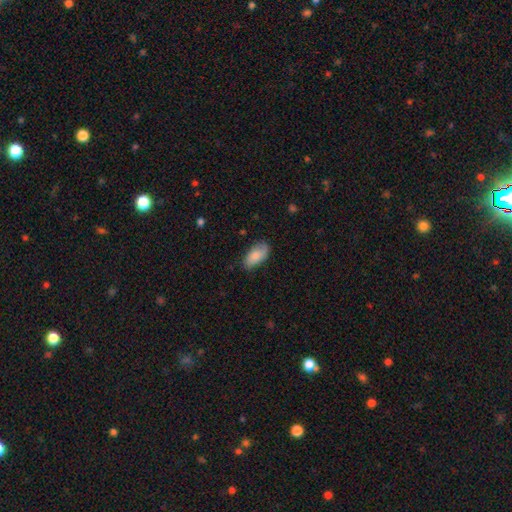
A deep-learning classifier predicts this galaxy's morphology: A smooth galaxy with no disk features (85%) that is in between round and cigar-shaped (93%).

Vote fractions:
- Smooth or featured? smooth: 85% / featured or disk: 9% / star or artifact: 6%
- How rounded? in between: 93% / cigar-shaped: 4% / round: 3%
- Merging? none: 75% / minor disturbance: 20% / major disturbance: 4% / merger: 1%